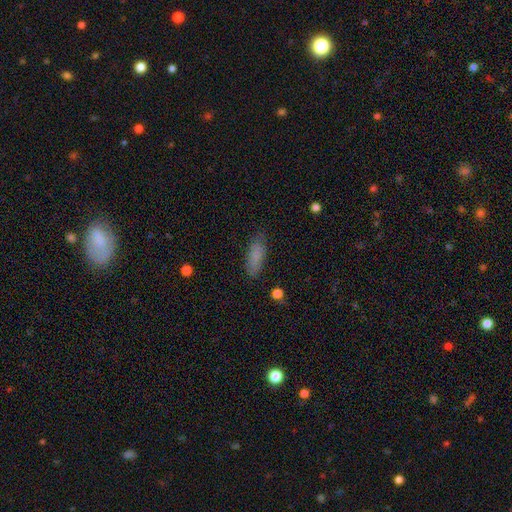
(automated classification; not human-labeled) Morphology: type=smooth (83%); roundness=in between (59%); merging=none (80%).